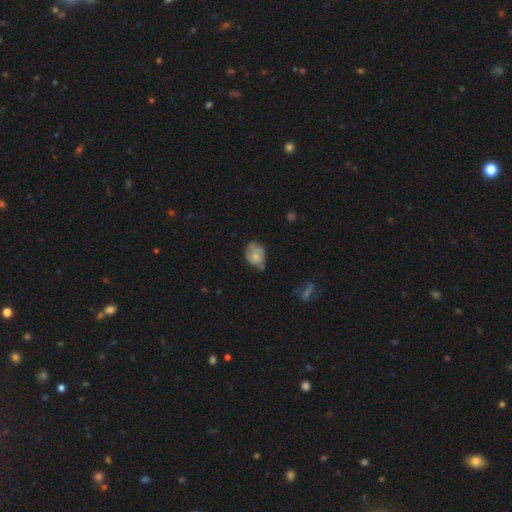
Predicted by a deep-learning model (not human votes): Smooth or featured: smooth — 53% (featured or disk — 40%)
How rounded: in between — 65% (round — 33%)
Merging: none — 44% (minor disturbance — 39%)